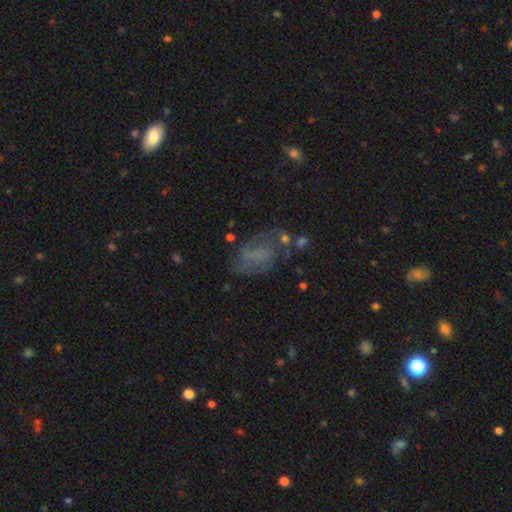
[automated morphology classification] Q: Smooth or featured?
A: featured or disk (51%); runner-up: smooth (35%)
Q: Edge-on disk?
A: no (96%); runner-up: yes (4%)
Q: Merging?
A: none (47%); runner-up: minor disturbance (23%)